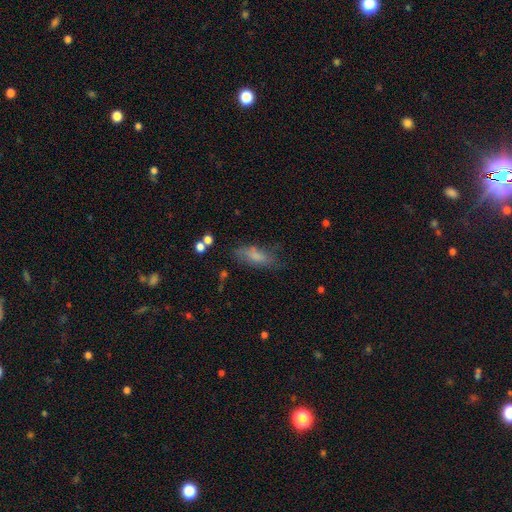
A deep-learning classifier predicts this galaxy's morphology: Smooth or featured? Predicted: smooth (p=0.74). How rounded? Predicted: in between (p=0.66). Merging? Predicted: none (p=0.61).